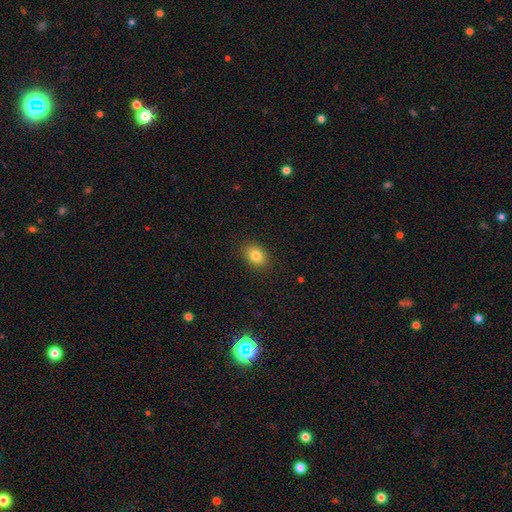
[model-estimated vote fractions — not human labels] Smooth or featured?
  - smooth: 83% *
  - star or artifact: 9%
  - featured or disk: 8%
How rounded?
  - in between: 72% *
  - round: 27%
  - cigar-shaped: 1%
Merging?
  - none: 89% *
  - minor disturbance: 8%
  - major disturbance: 2%
  - merger: 1%